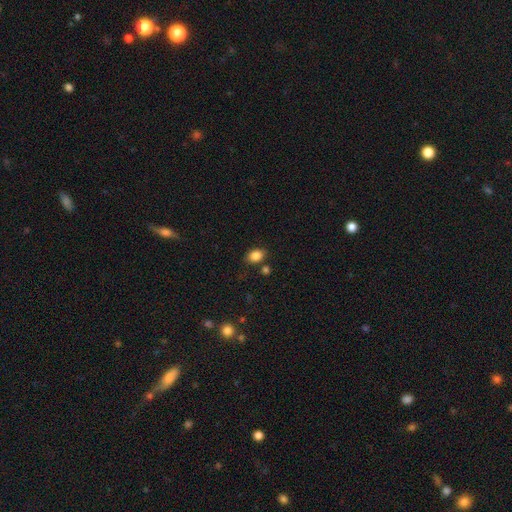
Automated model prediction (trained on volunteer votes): Morphology: type=smooth (85%); roundness=in between (77%); merging=none (79%).